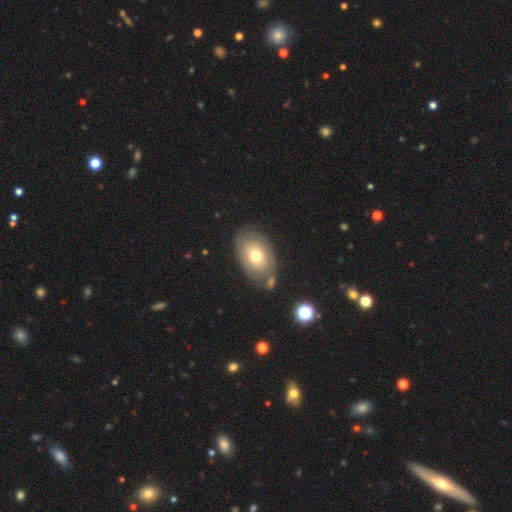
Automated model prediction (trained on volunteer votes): This is likely a smooth galaxy (60%). How rounded: clearly in between (86%). Merging: likely none (68%).